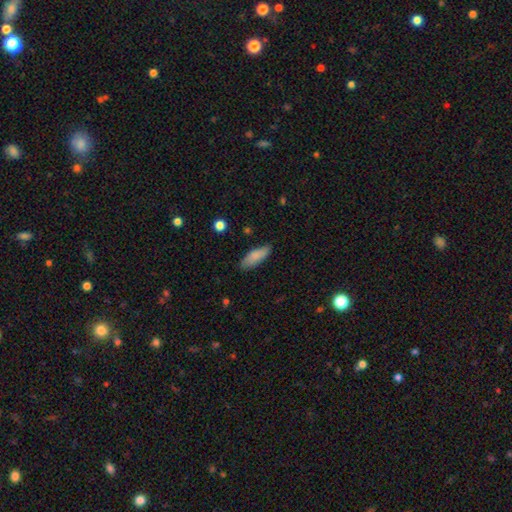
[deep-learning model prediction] The model was most divided on "how rounded": in between: 63%, cigar-shaped: 35%, round: 2%. More confident: smooth or featured — smooth (85%); merging — none (82%).